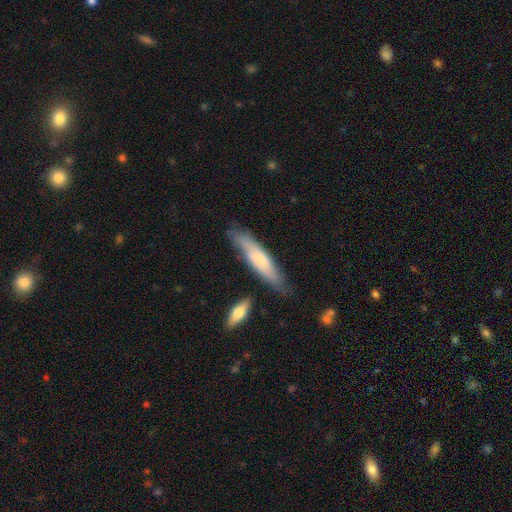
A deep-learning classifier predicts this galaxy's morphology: A smooth galaxy with no disk features (53%) that is cigar-shaped (82%). Merging: none (76%).